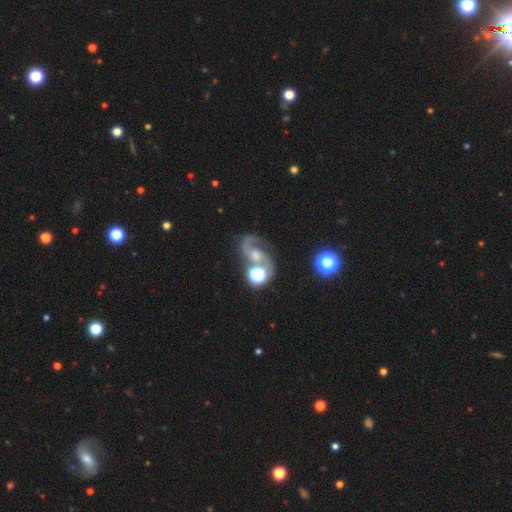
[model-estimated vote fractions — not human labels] This appears to be a featured or disk galaxy (76%) with no bar (52%), 2 (80%) medium (50%) spiral arms (94%) and a moderate central bulge (47%). Merging: none (52%).